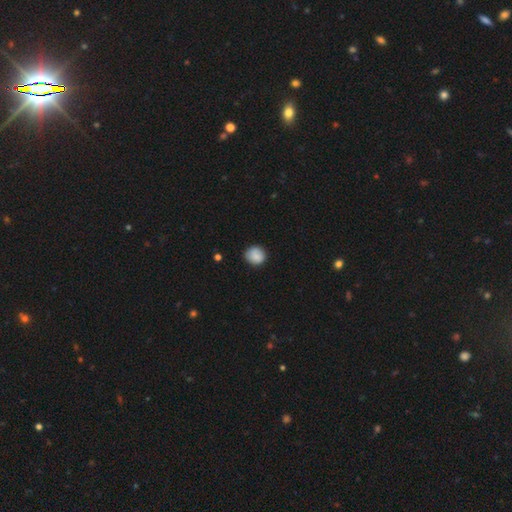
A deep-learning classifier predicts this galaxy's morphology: A smooth galaxy with no disk features (87%) that is round (85%).

Vote fractions:
- Smooth or featured? smooth: 87% / star or artifact: 8% / featured or disk: 6%
- How rounded? round: 85% / in between: 14% / cigar-shaped: 1%
- Merging? none: 83% / minor disturbance: 14% / major disturbance: 2% / merger: 1%